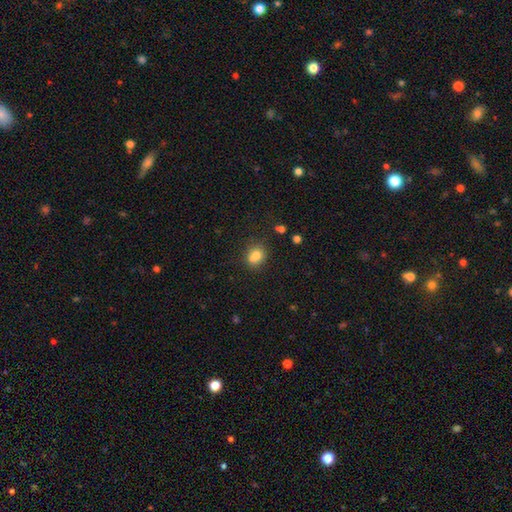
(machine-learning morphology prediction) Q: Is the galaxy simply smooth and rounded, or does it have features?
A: smooth — 76%.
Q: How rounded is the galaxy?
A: round — 68%.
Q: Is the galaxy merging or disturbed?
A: none — 55%.